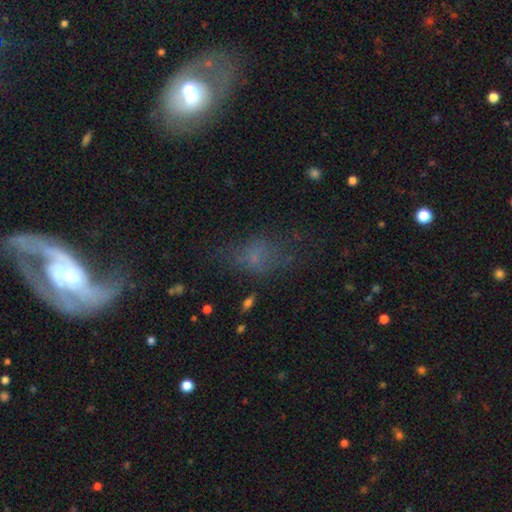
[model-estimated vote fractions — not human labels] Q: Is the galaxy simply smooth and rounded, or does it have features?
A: smooth — 55%.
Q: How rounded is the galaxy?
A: in between — 74%.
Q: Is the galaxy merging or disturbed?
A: none — 46%.